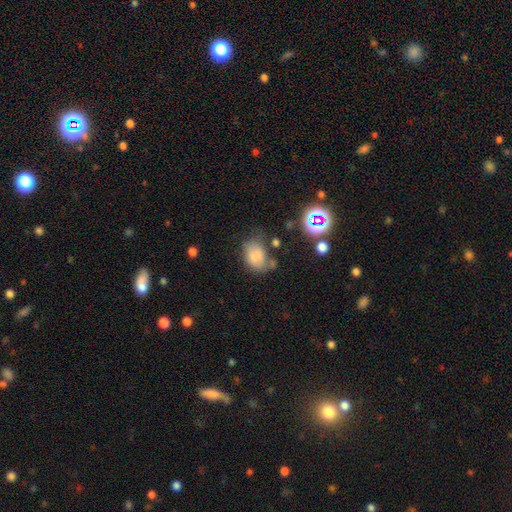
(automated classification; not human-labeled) A smooth galaxy with no disk features (75%) that is in between round and cigar-shaped (73%).

Vote fractions:
- Smooth or featured? smooth: 75% / featured or disk: 13% / star or artifact: 12%
- How rounded? in between: 73% / round: 26% / cigar-shaped: 1%
- Merging? none: 44% / minor disturbance: 30% / major disturbance: 16% / merger: 10%